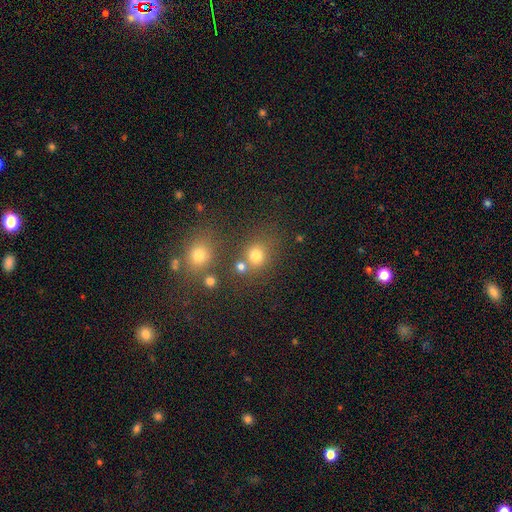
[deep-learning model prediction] Smooth or featured: smooth — 74% (star or artifact — 18%)
How rounded: round — 79% (in between — 20%)
Merging: none — 62% (merger — 22%)